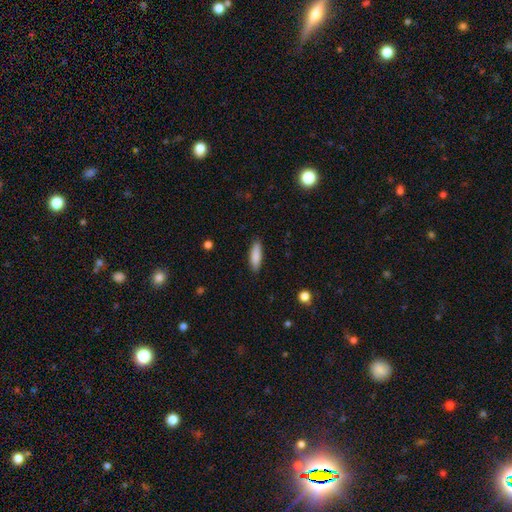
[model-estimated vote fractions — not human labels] smooth_or_featured: smooth (p=0.86) [alt: featured or disk p=0.08]
how_rounded: cigar-shaped (p=0.54) [alt: in between p=0.44]
merging: none (p=0.88) [alt: minor disturbance p=0.09]